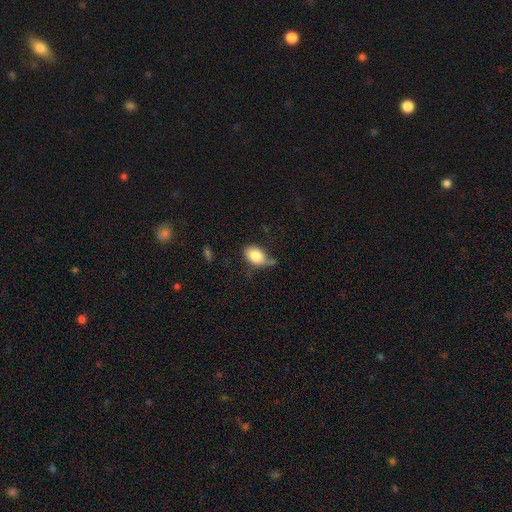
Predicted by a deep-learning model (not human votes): A smooth galaxy with no disk features (82%) that is in between round and cigar-shaped (82%).

Vote fractions:
- Smooth or featured? smooth: 82% / featured or disk: 10% / star or artifact: 8%
- How rounded? in between: 82% / round: 16% / cigar-shaped: 2%
- Merging? none: 48% / minor disturbance: 33% / major disturbance: 11% / merger: 7%